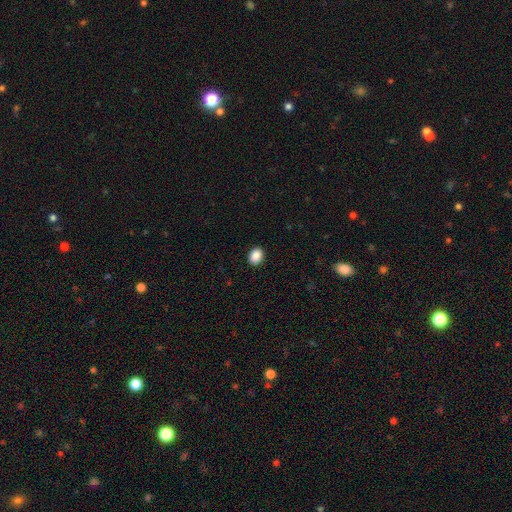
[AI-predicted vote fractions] A smooth galaxy with no disk features (90%) that is in between round and cigar-shaped (59%). Merging: none (91%).